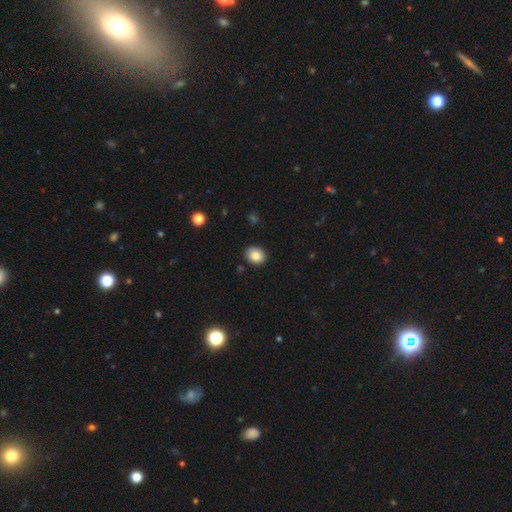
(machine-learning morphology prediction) The model was most divided on "how rounded": in between: 52%, round: 47%, cigar-shaped: 1%. More confident: merging — none (89%); smooth or featured — smooth (85%).